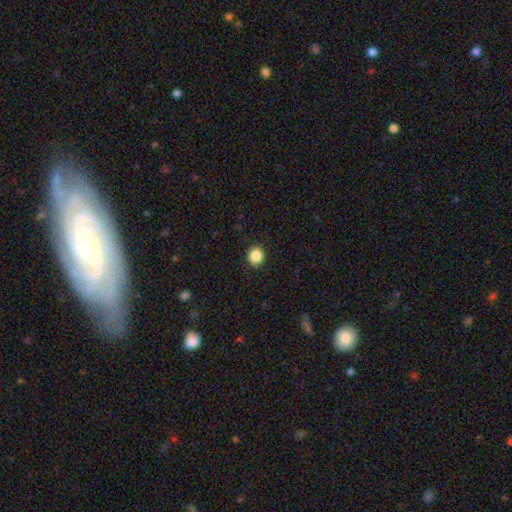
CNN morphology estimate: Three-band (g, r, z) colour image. It shows a smooth galaxy with no disk features (87%) that is round (72%). Merging: none (91%).